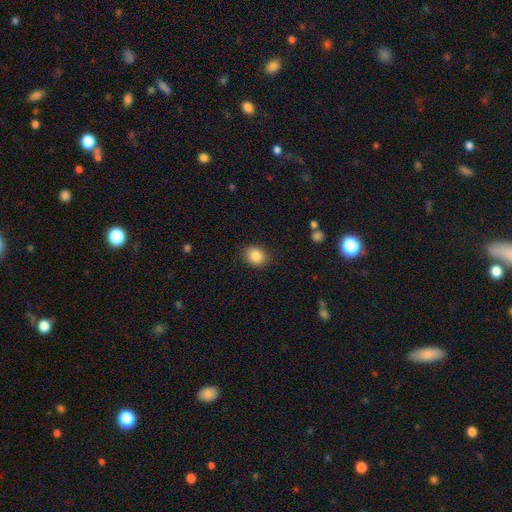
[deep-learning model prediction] A smooth galaxy with no disk features (86%) that is in between round and cigar-shaped (50%).

Vote fractions:
- Smooth or featured? smooth: 86% / star or artifact: 9% / featured or disk: 6%
- How rounded? in between: 50% / round: 49% / cigar-shaped: 1%
- Merging? none: 86% / minor disturbance: 10% / major disturbance: 3% / merger: 1%